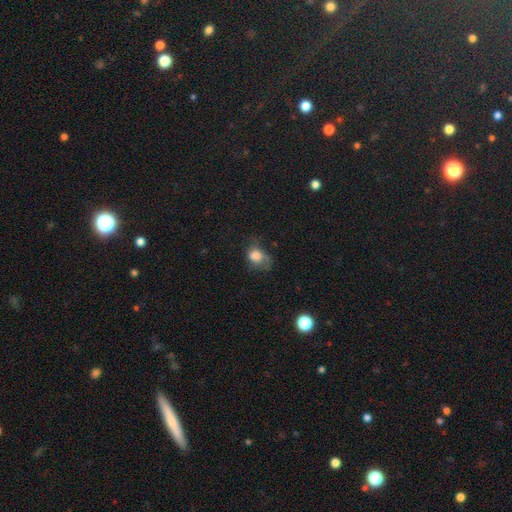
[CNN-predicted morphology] The model was most divided on "merging": major disturbance: 33%, none: 32%, minor disturbance: 32%, merger: 3%. More confident: smooth or featured — smooth (75%); how rounded — in between (55%).